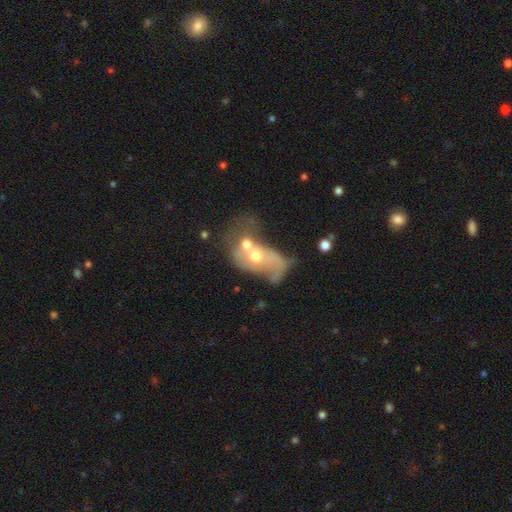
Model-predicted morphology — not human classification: Overall: featured or disk (54%; smooth 35%). Edge-on disk: no (95%). Bar: no (83%). Spiral arms: no (68%; yes 32%). Bulge size: moderate (63%). Merging: merger (73%).